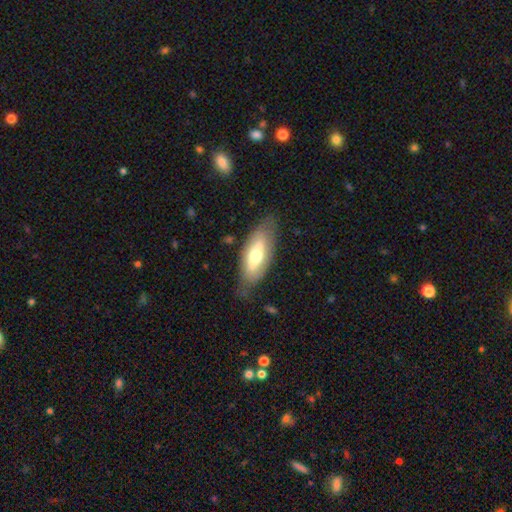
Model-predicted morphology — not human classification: This is possibly a smooth galaxy (56%). How rounded: likely in between (78%). Merging: likely none (71%).